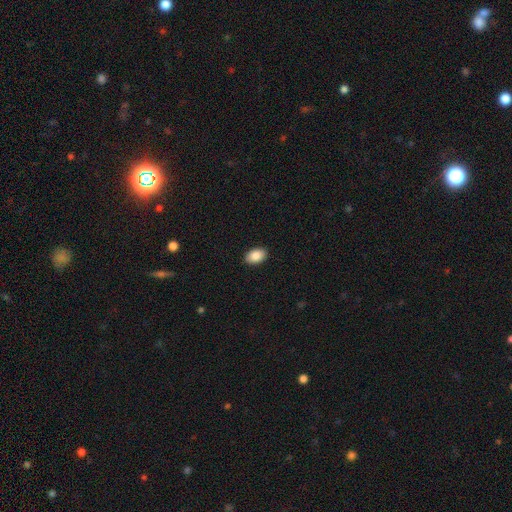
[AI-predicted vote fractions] Smooth or featured: smooth — 88% (star or artifact — 7%)
How rounded: in between — 90% (round — 9%)
Merging: none — 90% (minor disturbance — 7%)